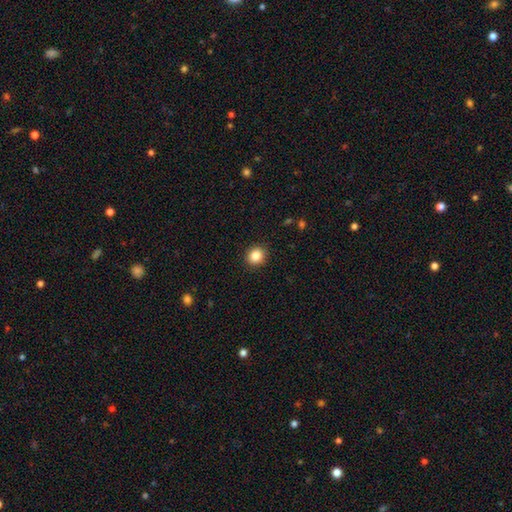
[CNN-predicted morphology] Smooth or featured? smooth (86%)
How rounded? round (78%)
Merging? none (91%)